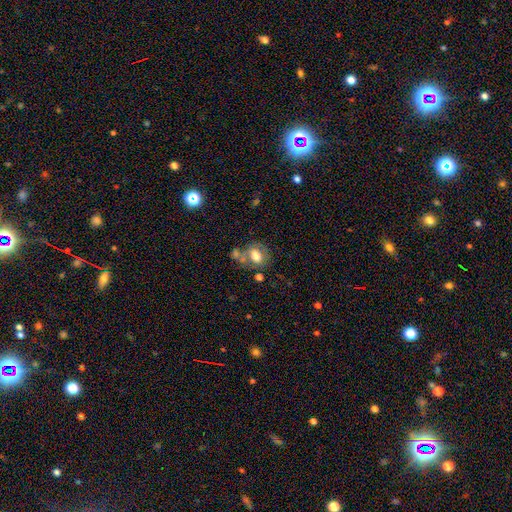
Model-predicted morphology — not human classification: This is likely a smooth galaxy (68%). How rounded: likely in between (65%). Merging: possibly none (48%).